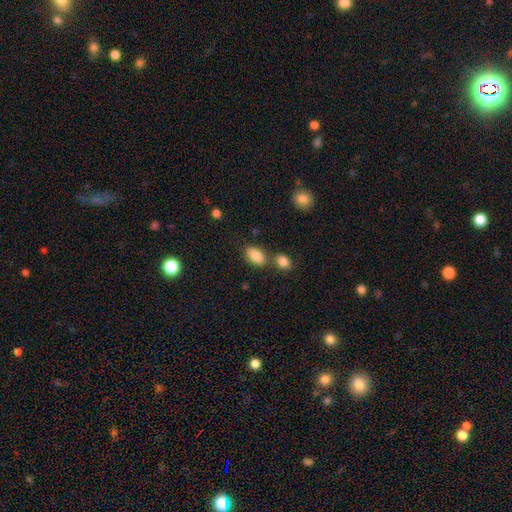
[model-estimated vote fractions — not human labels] A smooth galaxy with no disk features (85%) that is in between round and cigar-shaped (89%). Merging: none (66%).